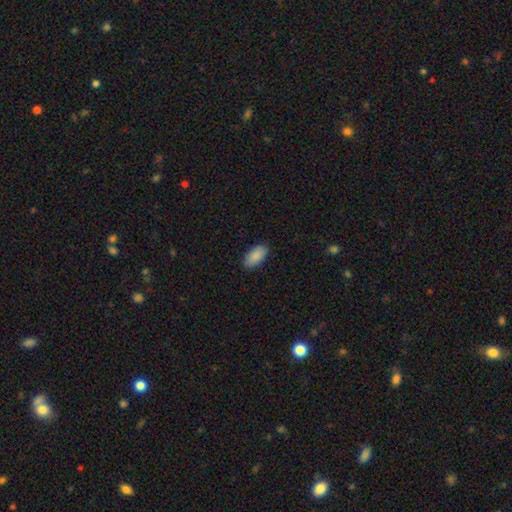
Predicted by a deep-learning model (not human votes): Overall: smooth (89%). How rounded: in between (93%). Merging: none (87%).